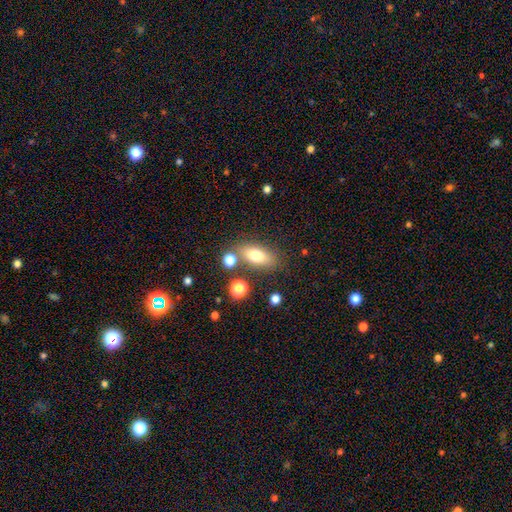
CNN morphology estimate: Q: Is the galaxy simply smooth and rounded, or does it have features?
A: smooth — 74%.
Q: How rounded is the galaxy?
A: in between — 79%.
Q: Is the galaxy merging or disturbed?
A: none — 73%.